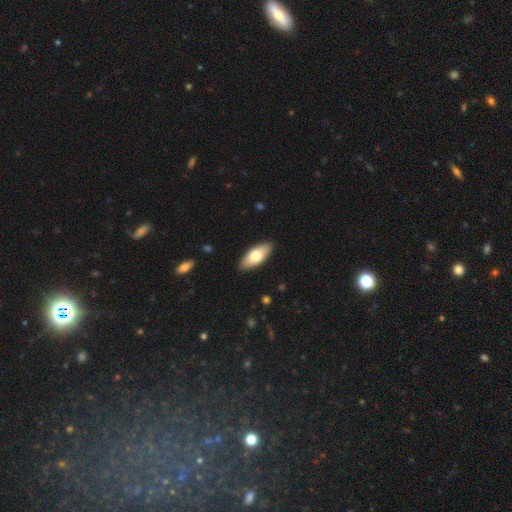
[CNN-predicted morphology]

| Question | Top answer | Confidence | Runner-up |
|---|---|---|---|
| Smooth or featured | smooth | 73% | featured or disk (22%) |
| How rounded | in between | 81% | cigar-shaped (17%) |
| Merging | none | 89% | minor disturbance (9%) |